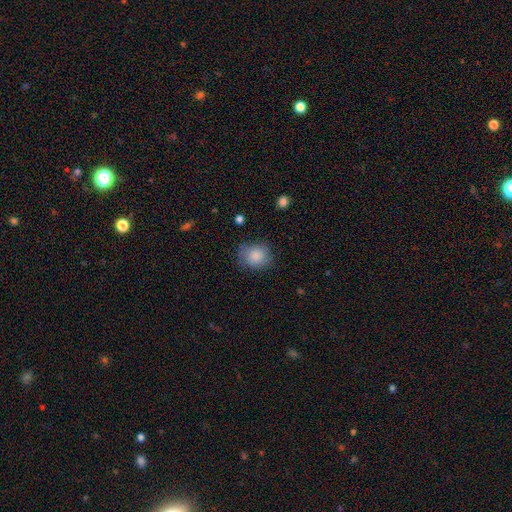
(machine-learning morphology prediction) Smooth or featured?
  - smooth: 84% *
  - featured or disk: 9%
  - star or artifact: 8%
How rounded?
  - round: 74% *
  - in between: 25%
  - cigar-shaped: 1%
Merging?
  - none: 73% *
  - minor disturbance: 20%
  - major disturbance: 6%
  - merger: 1%